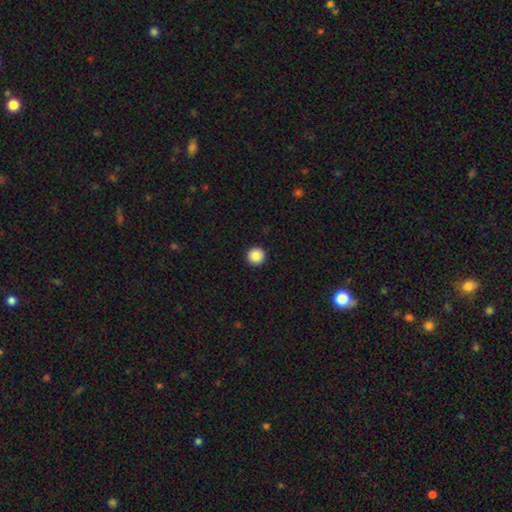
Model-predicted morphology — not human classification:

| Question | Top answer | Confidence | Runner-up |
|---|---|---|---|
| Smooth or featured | smooth | 88% | star or artifact (9%) |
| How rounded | round | 97% | in between (2%) |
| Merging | none | 94% | minor disturbance (4%) |